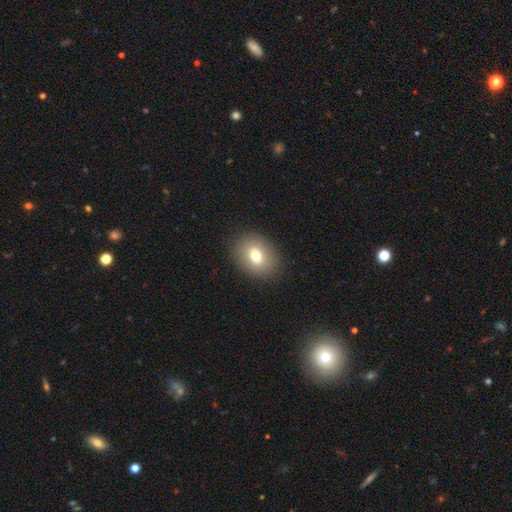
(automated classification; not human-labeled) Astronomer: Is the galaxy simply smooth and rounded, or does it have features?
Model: smooth — 73%.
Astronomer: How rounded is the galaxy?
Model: in between — 66%.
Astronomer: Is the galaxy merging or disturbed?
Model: none — 88%.